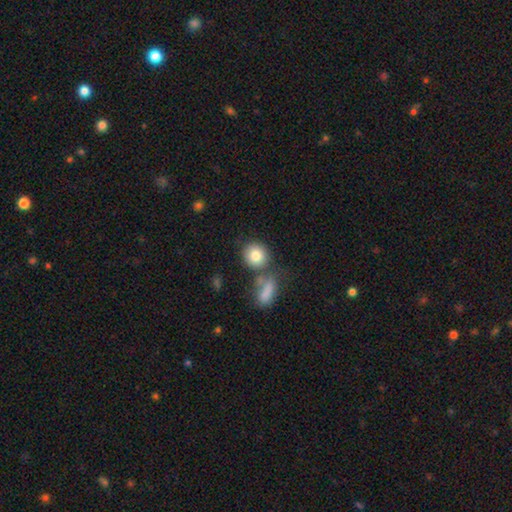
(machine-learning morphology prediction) Q: Smooth or featured?
A: smooth (83%); runner-up: featured or disk (9%)
Q: How rounded?
A: round (80%); runner-up: in between (18%)
Q: Merging?
A: none (60%); runner-up: merger (24%)